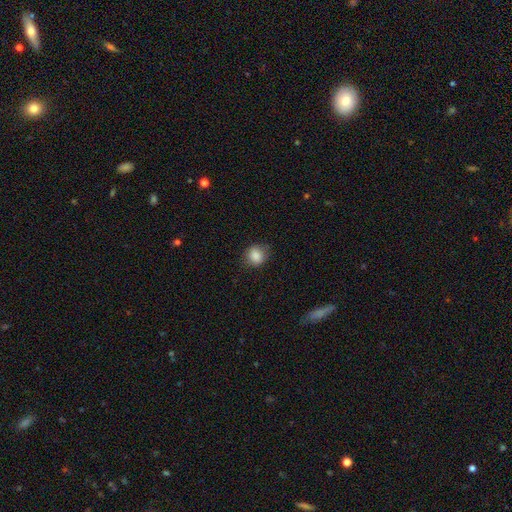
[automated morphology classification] A smooth galaxy with no disk features (86%) that is round (69%). Merging: none (75%).